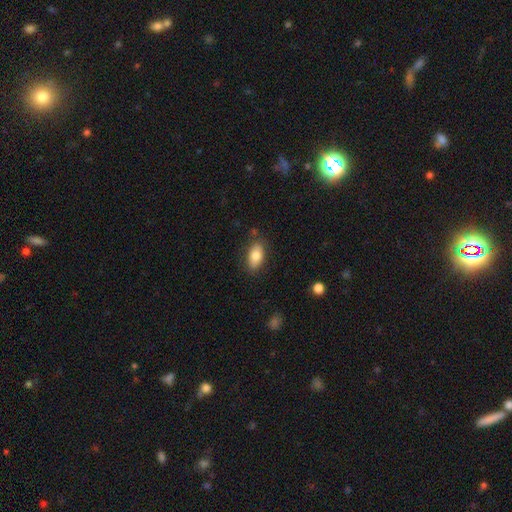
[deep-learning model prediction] This is likely a smooth galaxy (80%). How rounded: clearly in between (90%). Merging: clearly none (81%).